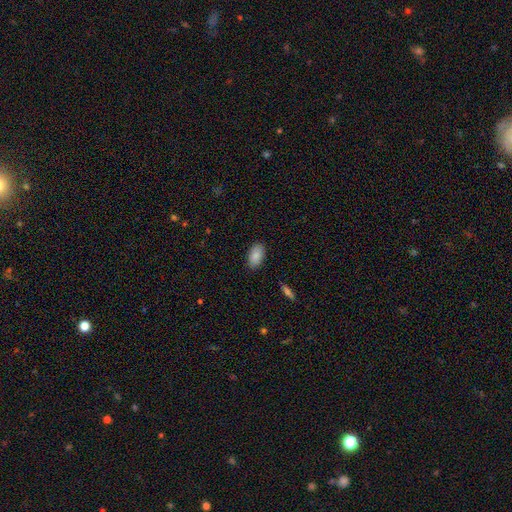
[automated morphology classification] smooth_or_featured: smooth (p=0.87) [alt: star or artifact p=0.07]
how_rounded: in between (p=0.94) [alt: round p=0.04]
merging: none (p=0.87) [alt: minor disturbance p=0.09]